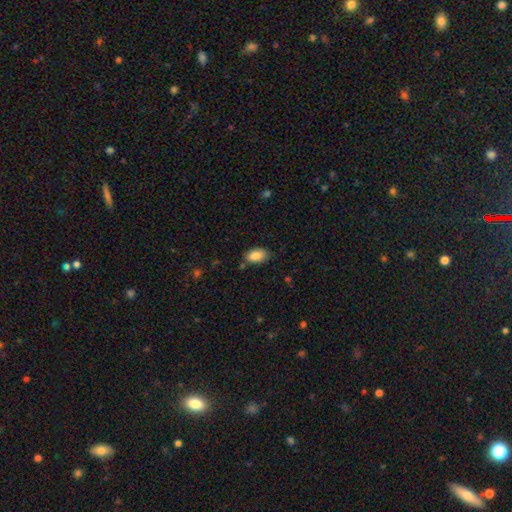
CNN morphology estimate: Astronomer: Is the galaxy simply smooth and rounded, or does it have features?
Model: smooth — 84%.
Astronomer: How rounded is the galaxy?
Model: in between — 92%.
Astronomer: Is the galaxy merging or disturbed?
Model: none — 76%.